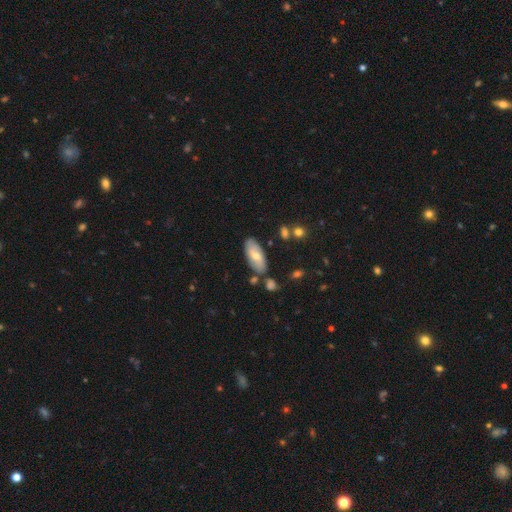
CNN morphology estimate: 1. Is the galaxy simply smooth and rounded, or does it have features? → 64% smooth, 30% featured or disk, 6% star or artifact.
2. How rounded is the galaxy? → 85% in between, 12% cigar-shaped, 2% round.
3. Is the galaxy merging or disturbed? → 76% none, 14% minor disturbance, 6% merger, 3% major disturbance.